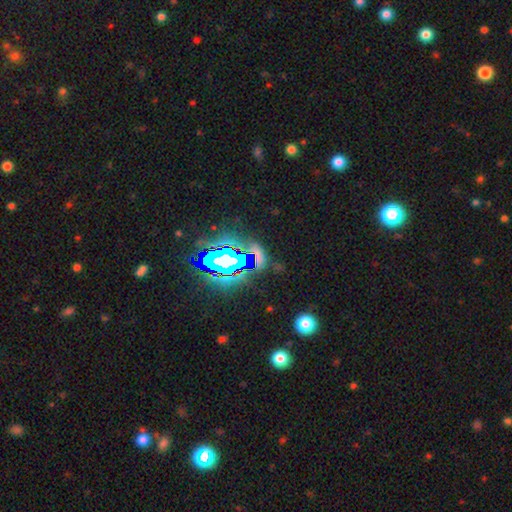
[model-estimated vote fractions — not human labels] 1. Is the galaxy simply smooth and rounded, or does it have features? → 69% star or artifact, 18% smooth, 13% featured or disk.